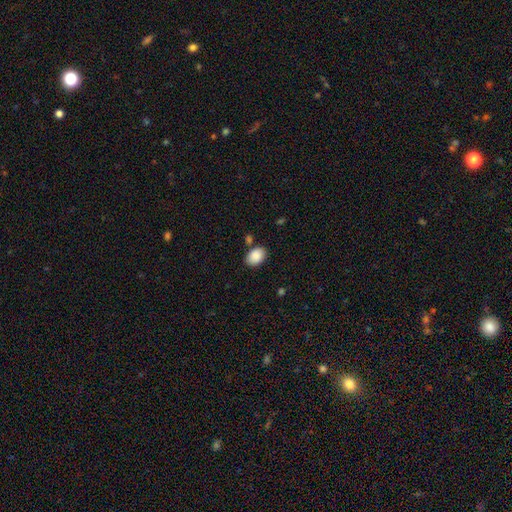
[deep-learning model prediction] A smooth galaxy with no disk features (89%) that is in between round and cigar-shaped (83%). Merging: none (79%).